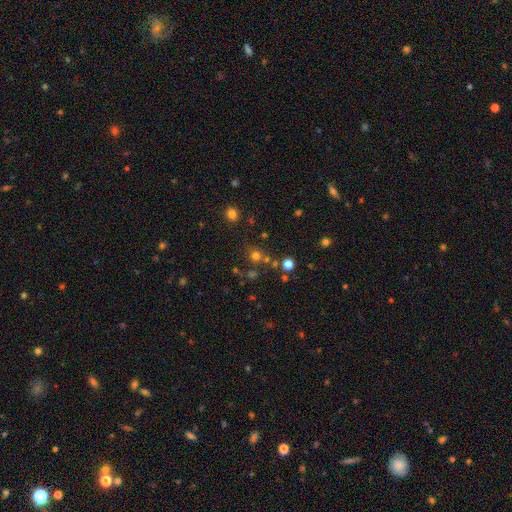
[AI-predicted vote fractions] A smooth galaxy with no disk features (67%) that is round (87%).

Vote fractions:
- Smooth or featured? smooth: 67% / star or artifact: 25% / featured or disk: 8%
- How rounded? round: 87% / in between: 12% / cigar-shaped: 1%
- Merging? none: 72% / merger: 15% / minor disturbance: 9% / major disturbance: 4%